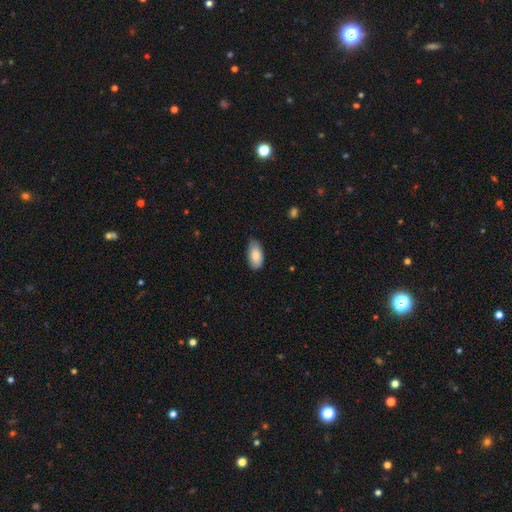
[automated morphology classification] Smooth or featured? smooth (86%)
How rounded? in between (94%)
Merging? none (73%)